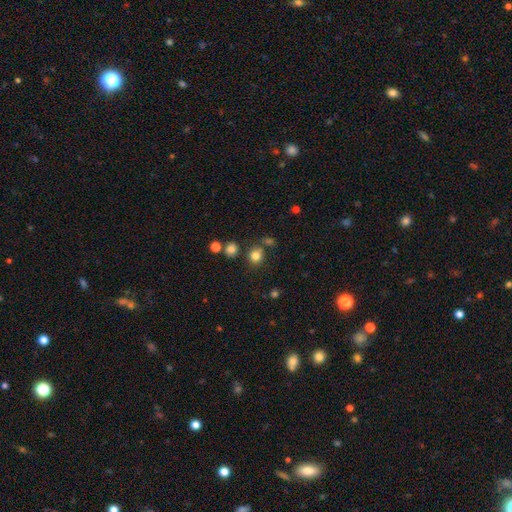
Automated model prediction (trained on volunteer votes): The model was most divided on "merging": none: 76%, minor disturbance: 10%, merger: 10%, major disturbance: 4%. More confident: how rounded — round (83%); smooth or featured — smooth (80%).